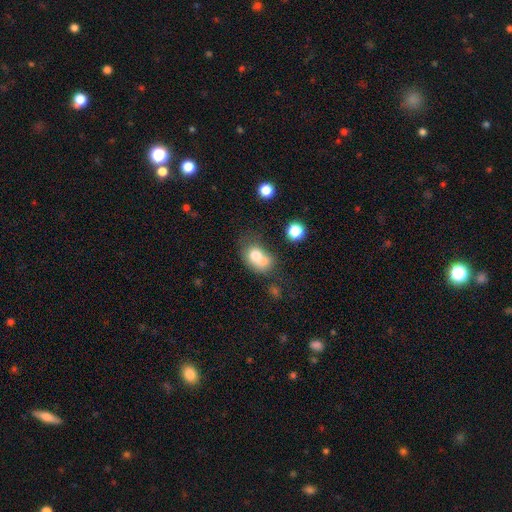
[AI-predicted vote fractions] smooth 71%, featured or disk 18%, star or artifact 11%. Down the decision tree: how rounded — in between (53%); merging — merger (49%).